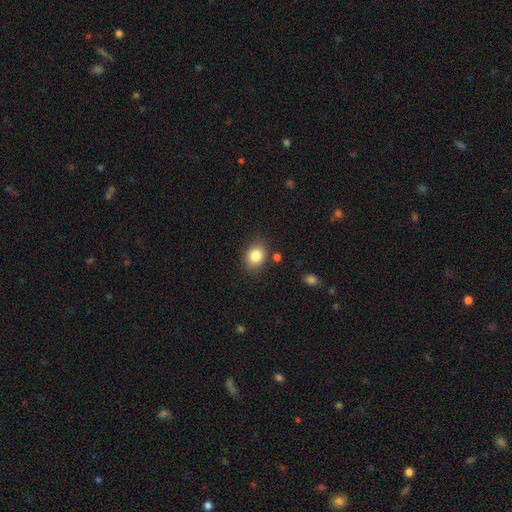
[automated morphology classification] Smooth or featured?
  - smooth: 84% *
  - star or artifact: 9%
  - featured or disk: 7%
How rounded?
  - in between: 51% *
  - round: 48%
  - cigar-shaped: 1%
Merging?
  - none: 82% *
  - minor disturbance: 11%
  - merger: 4%
  - major disturbance: 3%